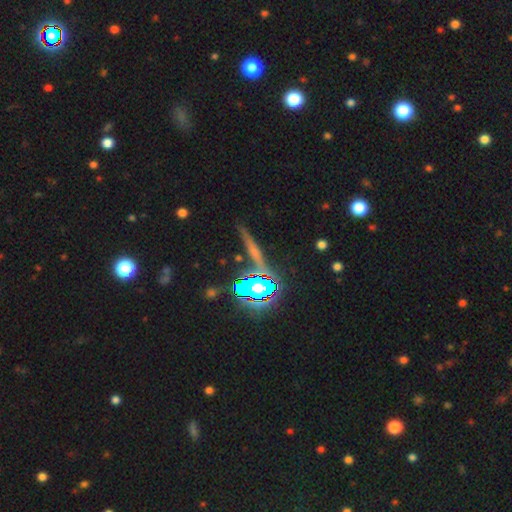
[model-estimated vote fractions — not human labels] smooth-or-featured: star or artifact: 54% | featured or disk: 25% | smooth: 22%